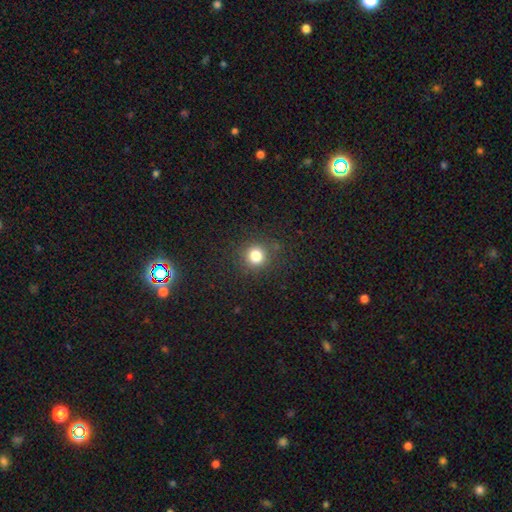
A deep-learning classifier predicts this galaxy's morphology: Smooth or featured?
  - smooth: 81% *
  - star or artifact: 14%
  - featured or disk: 5%
How rounded?
  - round: 92% *
  - in between: 7%
  - cigar-shaped: 1%
Merging?
  - none: 88% *
  - minor disturbance: 8%
  - major disturbance: 3%
  - merger: 1%